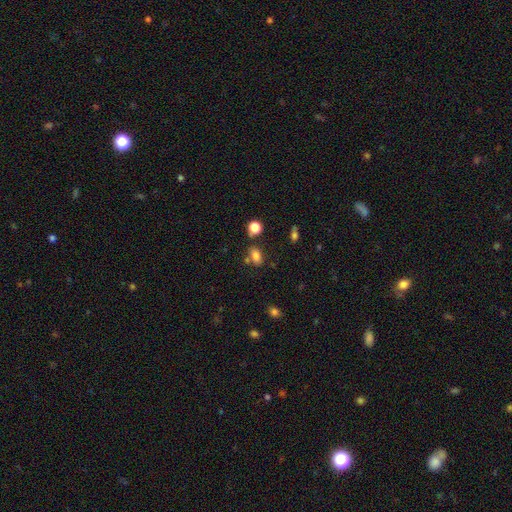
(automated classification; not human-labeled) Smooth or featured: smooth — 81% (star or artifact — 13%)
How rounded: in between — 84% (round — 13%)
Merging: none — 69% (minor disturbance — 14%)